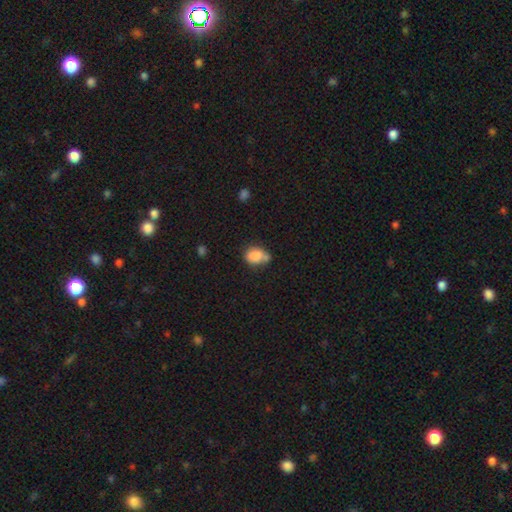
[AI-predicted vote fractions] Smooth or featured? smooth (83%)
How rounded? in between (63%)
Merging? none (44%)